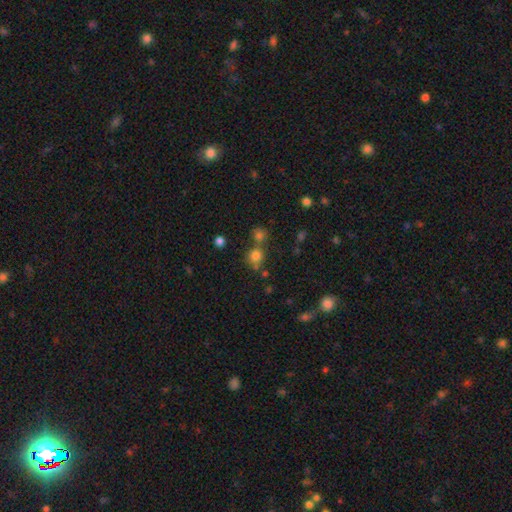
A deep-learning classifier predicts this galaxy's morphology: This is likely a smooth galaxy (75%). How rounded: clearly round (85%). Merging: likely none (60%).